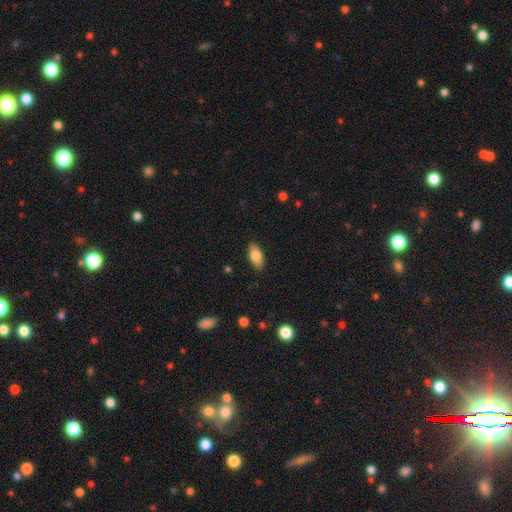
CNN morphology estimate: smooth 81%, featured or disk 12%, star or artifact 7%. Down the decision tree: how rounded — in between (89%); merging — none (88%).